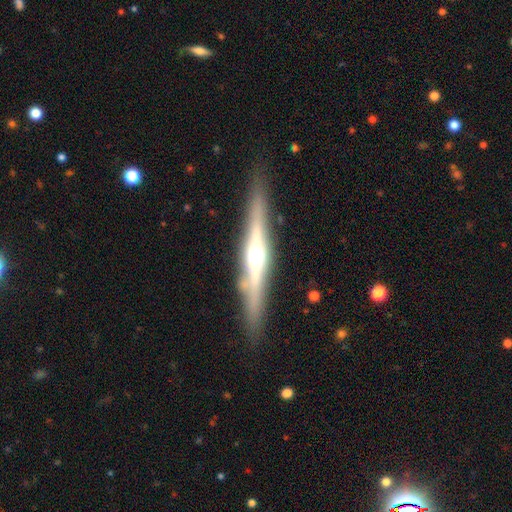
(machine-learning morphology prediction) type=featured or disk (77%); edge-on=yes (97%); edge-on bulge=rounded (87%); merging=none (87%).